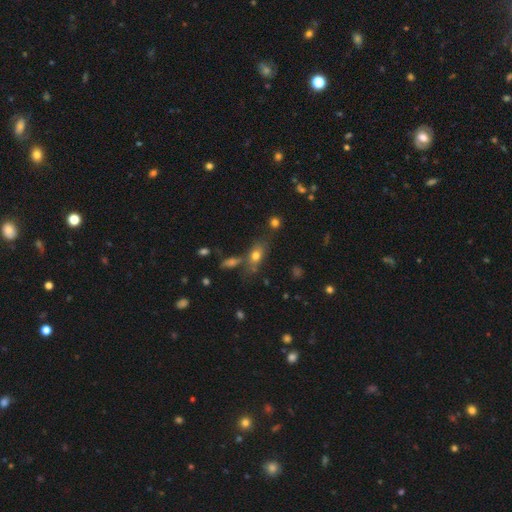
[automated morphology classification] Smooth or featured?
  - smooth: 69% *
  - featured or disk: 18%
  - star or artifact: 13%
How rounded?
  - in between: 73% *
  - round: 15%
  - cigar-shaped: 13%
Merging?
  - none: 57% *
  - merger: 19%
  - minor disturbance: 16%
  - major disturbance: 7%